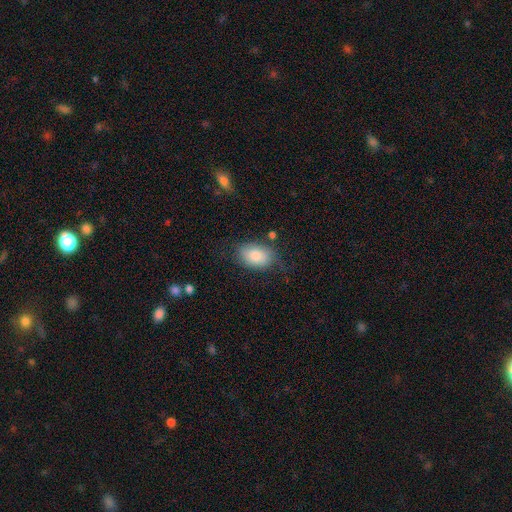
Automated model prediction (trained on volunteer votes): Morphology: type=smooth (79%); roundness=in between (88%); merging=none (69%).